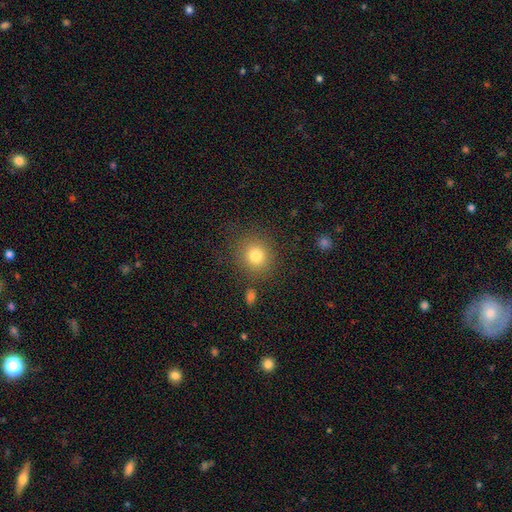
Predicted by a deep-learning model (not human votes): This appears to be a smooth galaxy with no disk features (80%) that is round (86%). Merging: none (84%).